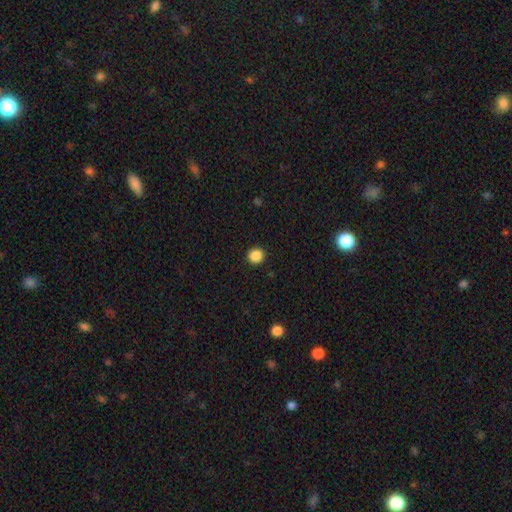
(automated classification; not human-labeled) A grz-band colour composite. It shows a smooth galaxy with no disk features (87%) that is round (93%). Merging: none (93%).